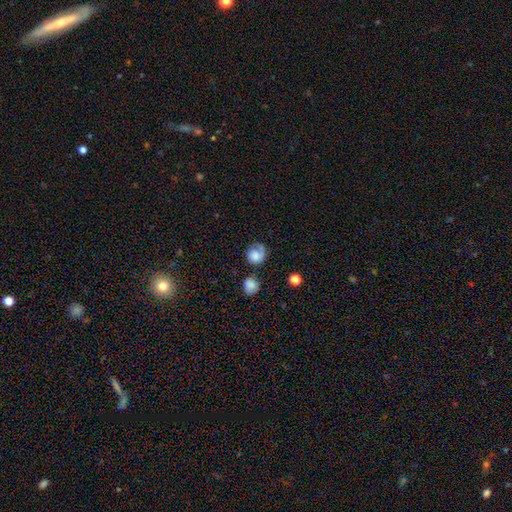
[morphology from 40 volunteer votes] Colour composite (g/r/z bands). It shows a smooth galaxy with no disk features (65%) that is round (96%). Merging: none (44%).